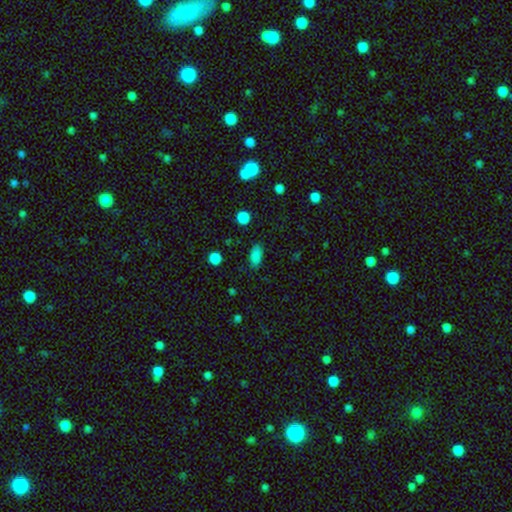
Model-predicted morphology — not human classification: This appears to be a smooth galaxy with no disk features (85%) that is in between round and cigar-shaped (88%). Merging: none (84%).